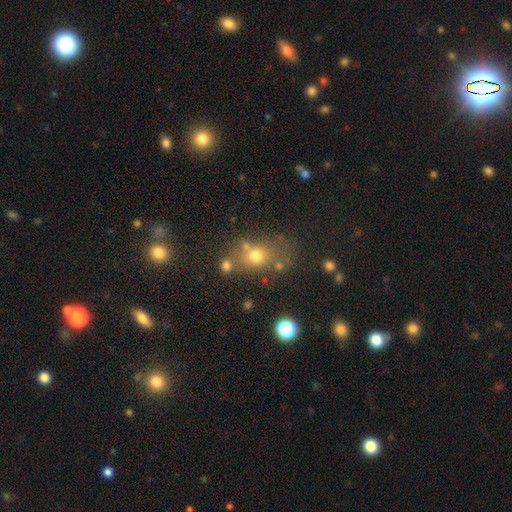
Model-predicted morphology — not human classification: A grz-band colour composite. It shows a smooth galaxy with no disk features (65%) that is round (52%). Merging: none (59%).